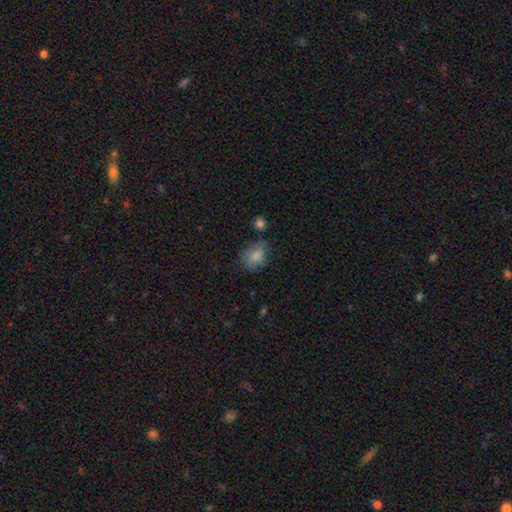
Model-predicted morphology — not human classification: Overall: smooth (81%). How rounded: round (54%; in between 45%). Merging: none (52%; minor disturbance 30%).